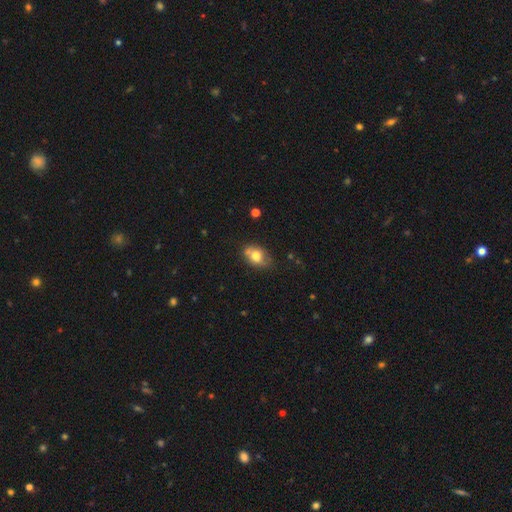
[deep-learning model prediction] smooth-or-featured: smooth: 71% | featured or disk: 20% | star or artifact: 10%
  how-rounded: in between: 69% | round: 29% | cigar-shaped: 1%
  merging: none: 58% | minor disturbance: 23% | merger: 13% | major disturbance: 6%